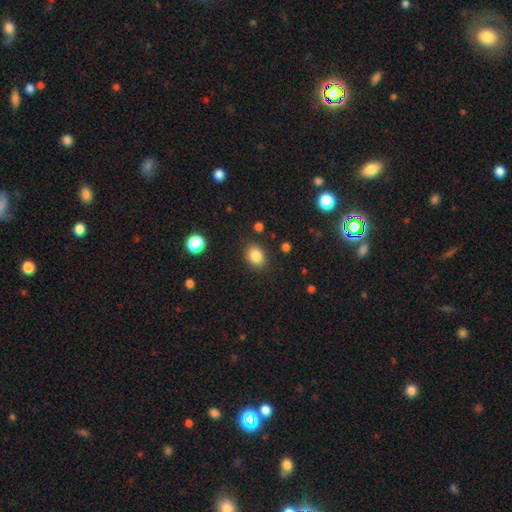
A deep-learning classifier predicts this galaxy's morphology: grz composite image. It shows a smooth galaxy with no disk features (85%) that is in between round and cigar-shaped (54%). Merging: none (85%).